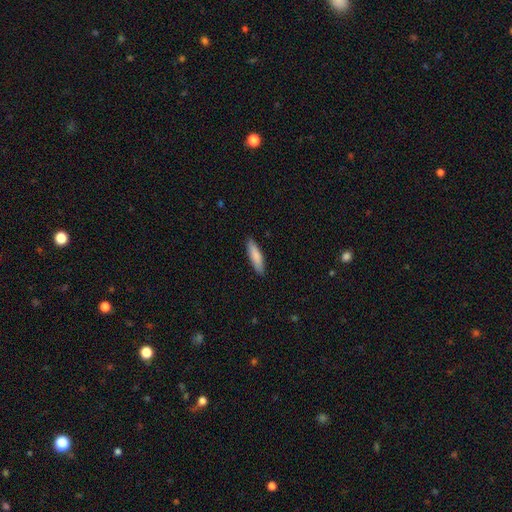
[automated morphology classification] A smooth galaxy with no disk features (85%) that is cigar-shaped (67%). Merging: none (89%).